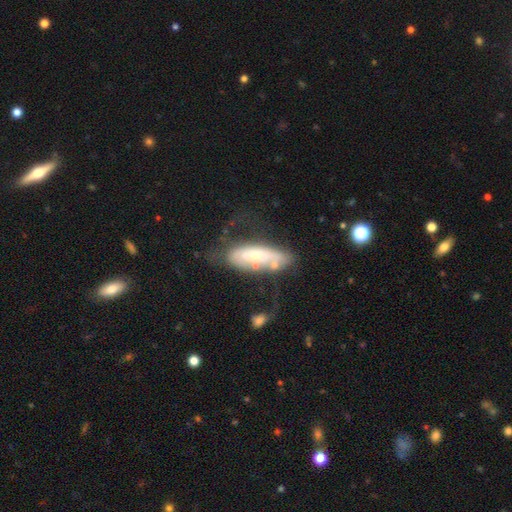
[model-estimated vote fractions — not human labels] Smooth or featured? Predicted: featured or disk (p=0.48). Merging? Predicted: none (p=0.35).